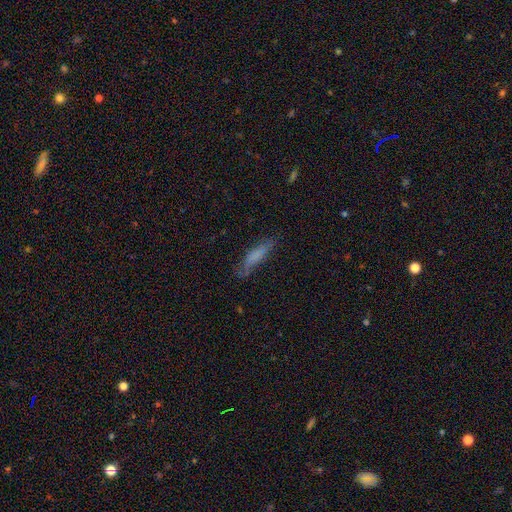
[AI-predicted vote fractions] This appears to be a smooth galaxy with no disk features (67%) that is cigar-shaped (75%). Merging: none (68%).